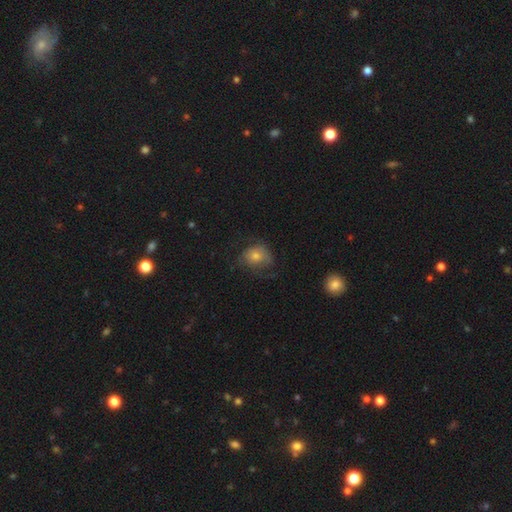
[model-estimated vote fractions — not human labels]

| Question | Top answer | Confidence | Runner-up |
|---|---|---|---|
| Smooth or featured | smooth | 59% | featured or disk (30%) |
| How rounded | round | 64% | in between (35%) |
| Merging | none | 49% | minor disturbance (27%) |